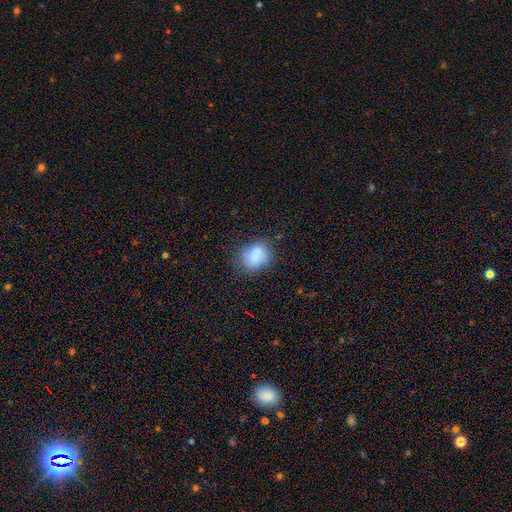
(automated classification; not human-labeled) A smooth galaxy with no disk features (85%) that is in between round and cigar-shaped (58%).

Vote fractions:
- Smooth or featured? smooth: 85% / star or artifact: 9% / featured or disk: 6%
- How rounded? in between: 58% / round: 41% / cigar-shaped: 1%
- Merging? none: 70% / minor disturbance: 21% / major disturbance: 7% / merger: 2%